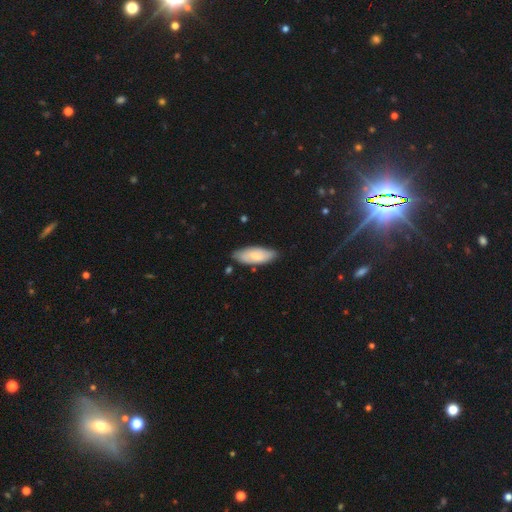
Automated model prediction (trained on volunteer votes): Smooth or featured: smooth — 72% (featured or disk — 22%)
How rounded: in between — 77% (cigar-shaped — 22%)
Merging: none — 76% (minor disturbance — 19%)